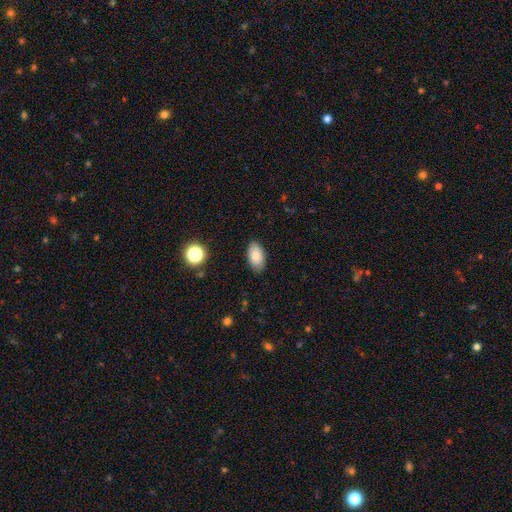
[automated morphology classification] Overall: smooth (82%). How rounded: in between (93%). Merging: none (85%).